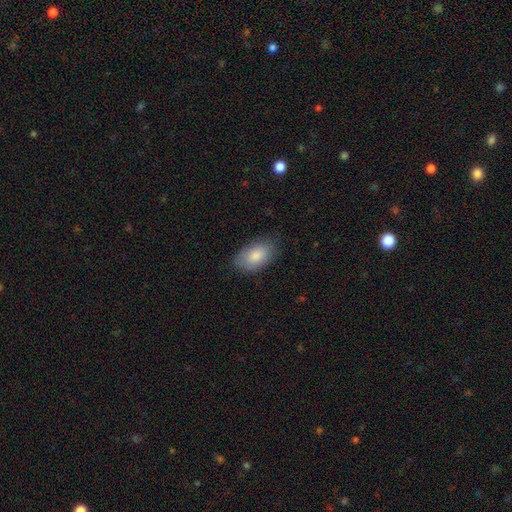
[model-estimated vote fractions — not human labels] Overall: smooth (85%). How rounded: in between (93%). Merging: none (79%).